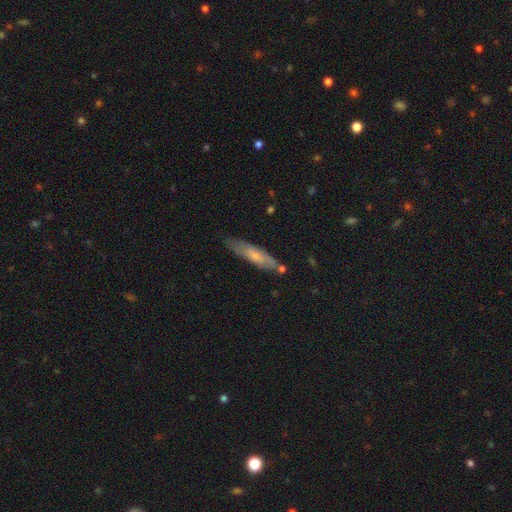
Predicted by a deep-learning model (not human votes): Smooth or featured? smooth (57%)
How rounded? cigar-shaped (74%)
Merging? none (70%)